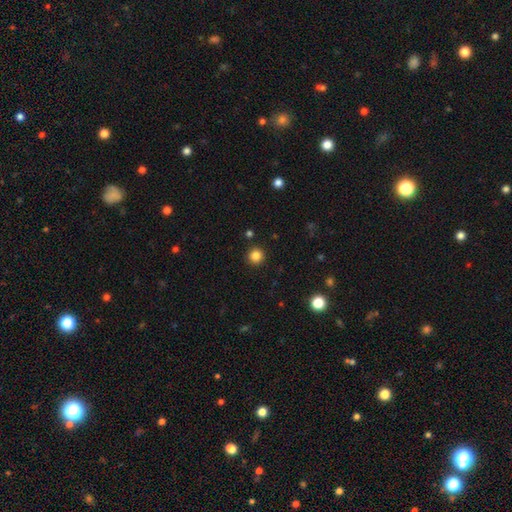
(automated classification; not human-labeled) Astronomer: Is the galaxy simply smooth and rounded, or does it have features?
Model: smooth — 84%.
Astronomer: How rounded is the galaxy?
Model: round — 95%.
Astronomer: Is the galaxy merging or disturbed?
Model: none — 92%.